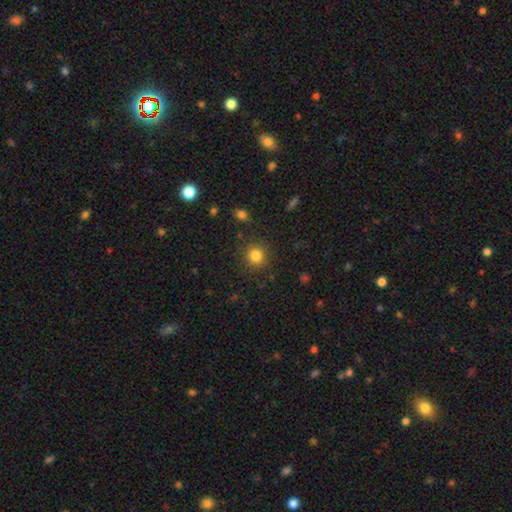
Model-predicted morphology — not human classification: type=smooth (83%); roundness=round (92%); merging=none (88%).